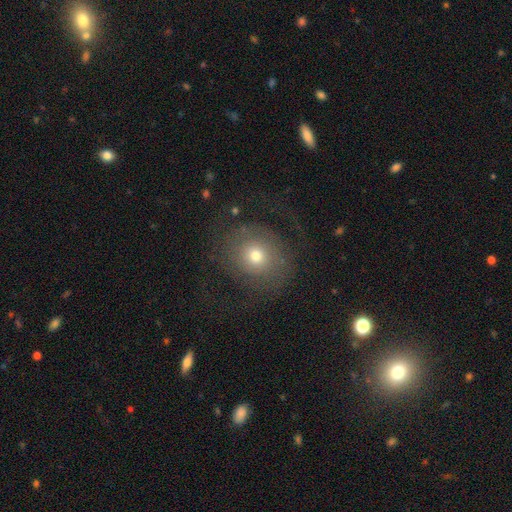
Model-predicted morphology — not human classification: Smooth or featured: smooth — 52% (featured or disk — 35%)
How rounded: round — 78% (in between — 21%)
Merging: none — 66% (major disturbance — 19%)